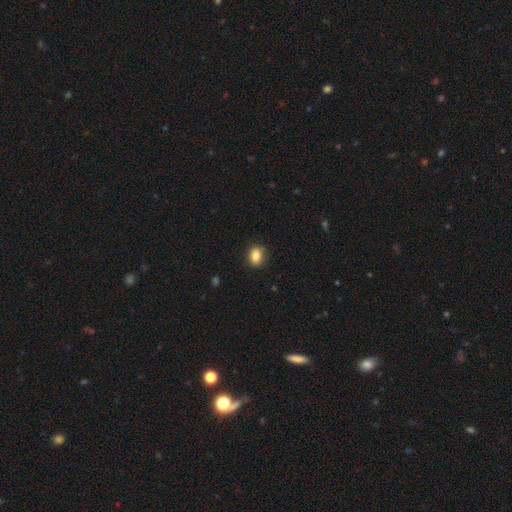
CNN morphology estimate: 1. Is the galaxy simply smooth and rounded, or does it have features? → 83% smooth, 9% star or artifact, 7% featured or disk.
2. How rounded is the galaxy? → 55% in between, 44% round, 1% cigar-shaped.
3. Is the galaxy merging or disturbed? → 86% none, 11% minor disturbance, 2% major disturbance, 1% merger.